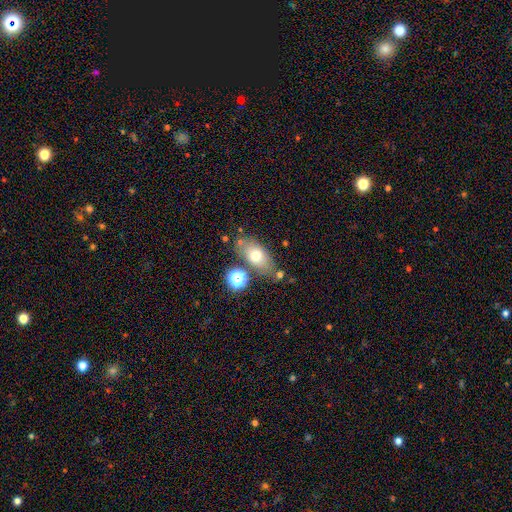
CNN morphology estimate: The model was most divided on "smooth or featured": smooth: 68%, featured or disk: 21%, star or artifact: 11%. More confident: how rounded — in between (82%); merging — none (68%).